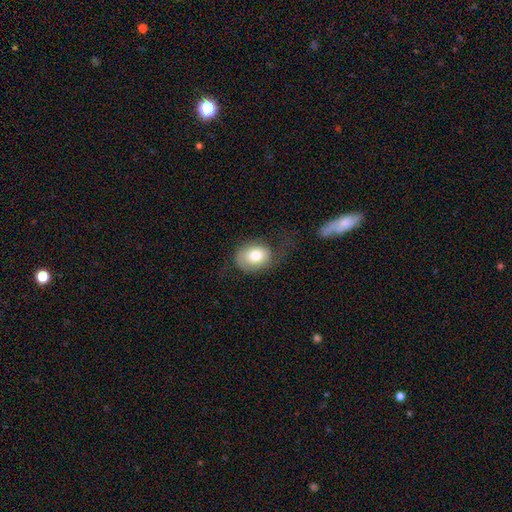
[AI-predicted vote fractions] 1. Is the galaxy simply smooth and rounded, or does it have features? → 75% smooth, 17% featured or disk, 8% star or artifact.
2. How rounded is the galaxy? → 57% in between, 42% round, 1% cigar-shaped.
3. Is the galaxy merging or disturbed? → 48% none, 27% minor disturbance, 23% major disturbance, 2% merger.